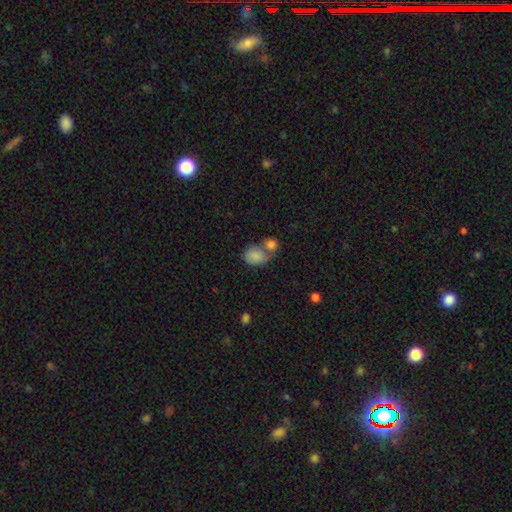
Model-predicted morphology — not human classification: Smooth or featured?
  - smooth: 79% *
  - featured or disk: 13%
  - star or artifact: 8%
How rounded?
  - in between: 56% *
  - round: 43%
  - cigar-shaped: 1%
Merging?
  - merger: 55% *
  - none: 25%
  - minor disturbance: 12%
  - major disturbance: 8%